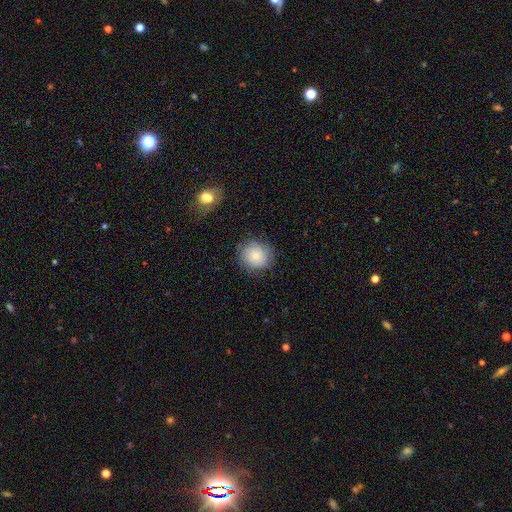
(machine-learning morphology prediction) smooth-or-featured: smooth: 76% | featured or disk: 16% | star or artifact: 9%
  how-rounded: round: 86% | in between: 13% | cigar-shaped: 1%
  merging: none: 80% | minor disturbance: 14% | major disturbance: 4% | merger: 1%